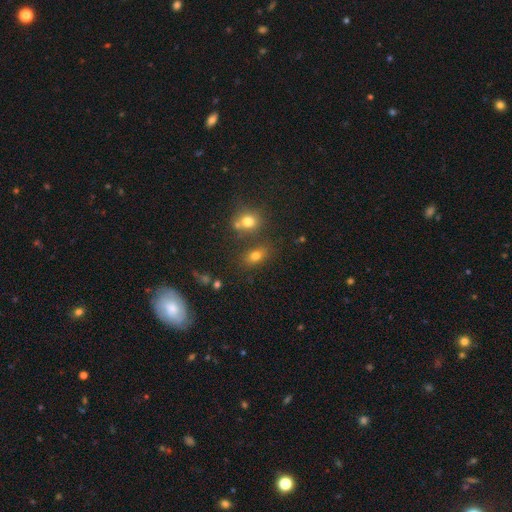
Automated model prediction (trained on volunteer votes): smooth-or-featured: smooth: 73% | star or artifact: 16% | featured or disk: 11%
  how-rounded: in between: 75% | round: 22% | cigar-shaped: 3%
  merging: none: 68% | merger: 15% | minor disturbance: 12% | major disturbance: 5%